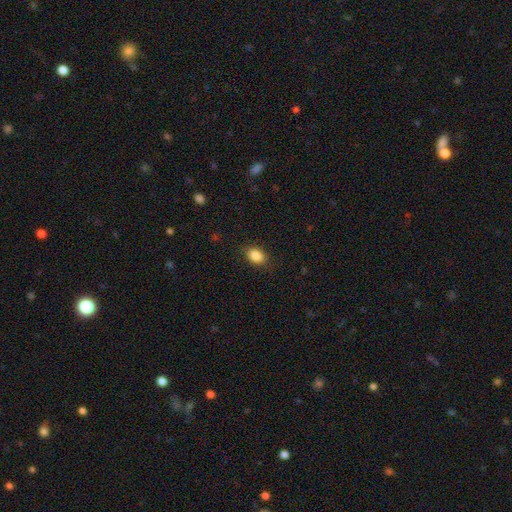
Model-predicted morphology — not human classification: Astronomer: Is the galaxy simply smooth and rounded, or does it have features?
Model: smooth — 87%.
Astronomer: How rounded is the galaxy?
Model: in between — 80%.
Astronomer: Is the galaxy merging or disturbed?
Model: none — 86%.